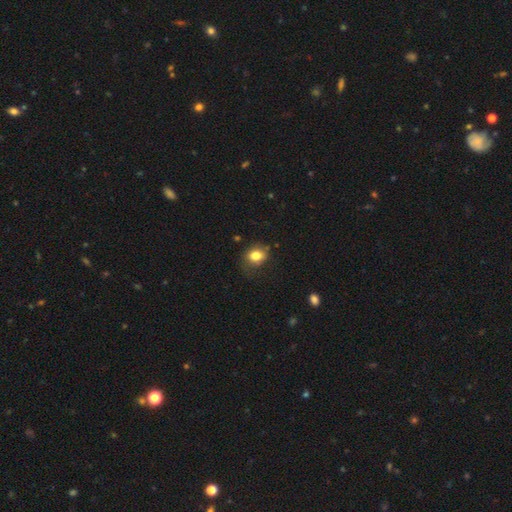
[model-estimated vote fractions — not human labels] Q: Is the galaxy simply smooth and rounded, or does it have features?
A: smooth — 80%.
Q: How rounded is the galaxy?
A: in between — 51%.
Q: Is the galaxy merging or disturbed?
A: none — 62%.